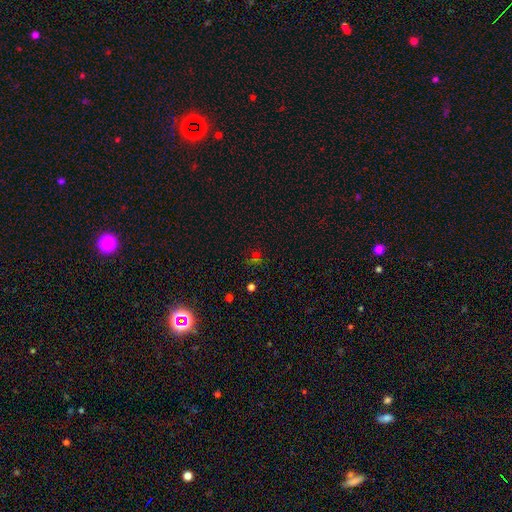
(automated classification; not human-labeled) Smooth or featured?
  - star or artifact: 46% *
  - smooth: 44%
  - featured or disk: 9%